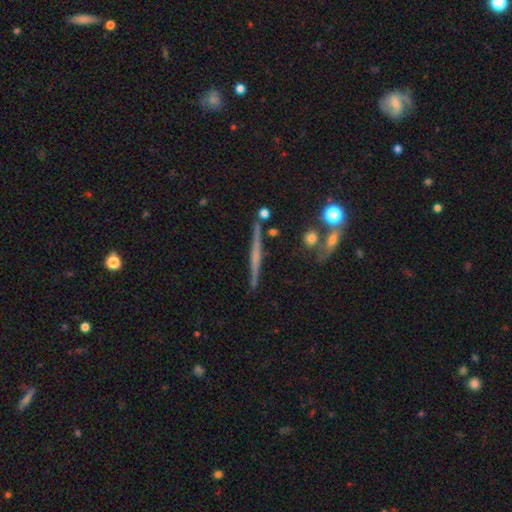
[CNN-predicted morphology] This appears to be a featured or disk galaxy (65%) viewed edge-on (97%) with no central bulge (60%). Merging: none (87%).